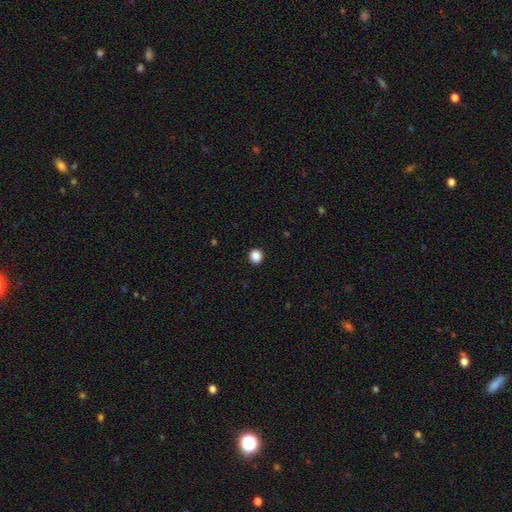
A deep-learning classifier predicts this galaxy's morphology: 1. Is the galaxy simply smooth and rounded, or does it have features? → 87% smooth, 10% star or artifact, 3% featured or disk.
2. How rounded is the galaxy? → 91% round, 8% in between, 1% cigar-shaped.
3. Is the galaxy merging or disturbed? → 93% none, 4% minor disturbance, 2% major disturbance, 1% merger.